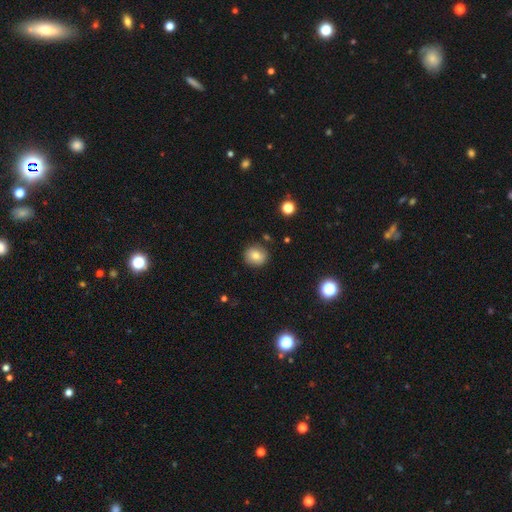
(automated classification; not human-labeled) Morphology: type=smooth (79%); roundness=round (82%); merging=none (84%).